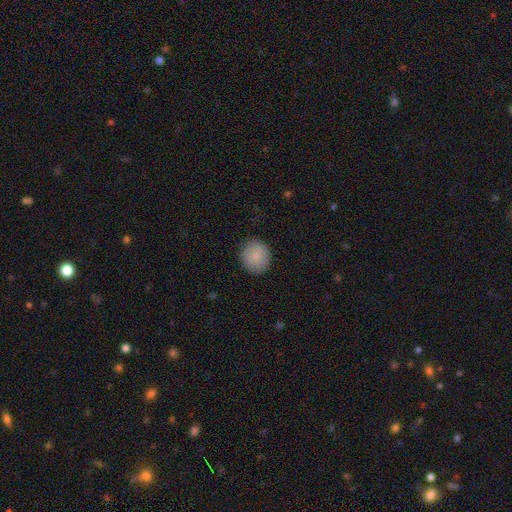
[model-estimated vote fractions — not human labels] Q: Smooth or featured?
A: smooth (86%); runner-up: star or artifact (7%)
Q: How rounded?
A: round (81%); runner-up: in between (18%)
Q: Merging?
A: none (87%); runner-up: minor disturbance (10%)